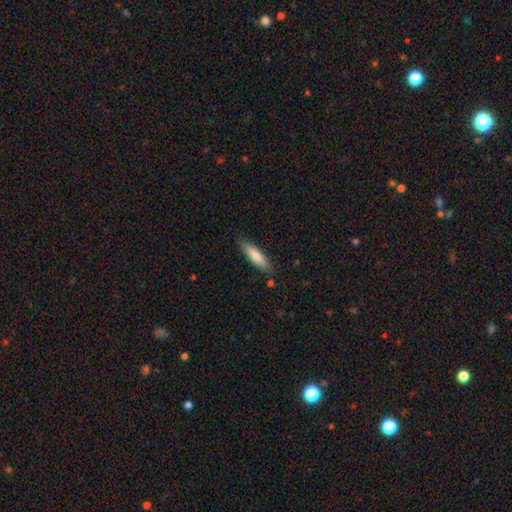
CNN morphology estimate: This appears to be a smooth galaxy with no disk features (82%) that is cigar-shaped (70%). Merging: none (85%).